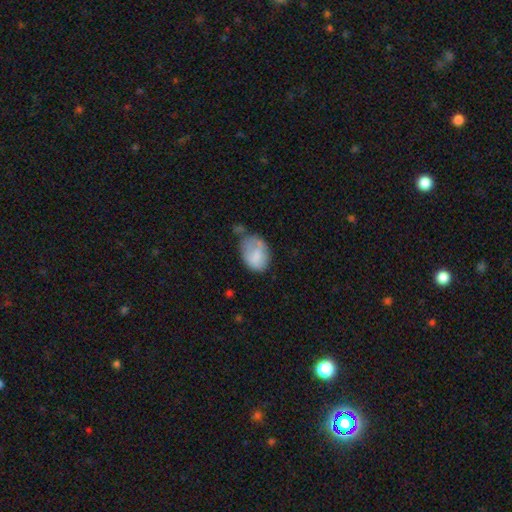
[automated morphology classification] smooth-or-featured: smooth: 71% | featured or disk: 22% | star or artifact: 7%
  how-rounded: in between: 78% | round: 21% | cigar-shaped: 1%
  merging: minor disturbance: 36% | none: 34% | major disturbance: 20% | merger: 10%